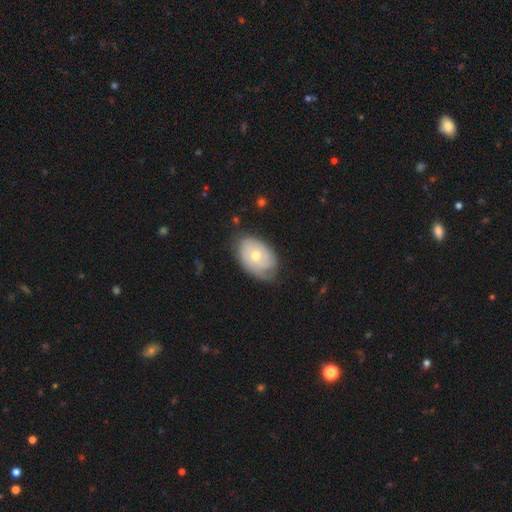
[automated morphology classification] Q: Smooth or featured?
A: featured or disk (48%); runner-up: smooth (46%)
Q: Merging?
A: none (60%); runner-up: minor disturbance (31%)